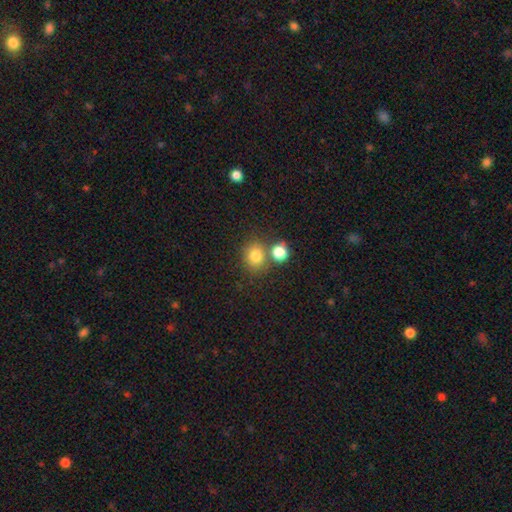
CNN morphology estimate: A smooth galaxy with no disk features (79%) that is round (74%). Merging: none (64%).